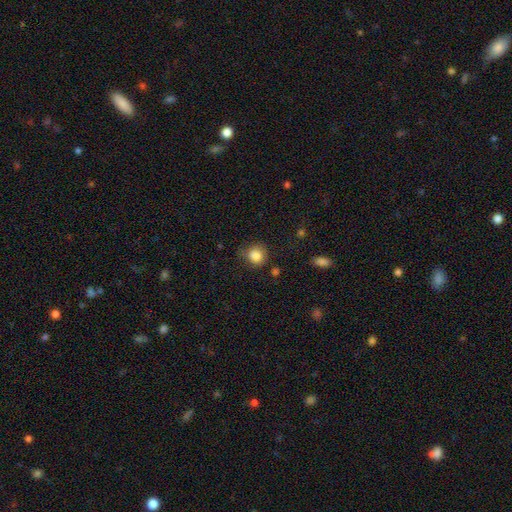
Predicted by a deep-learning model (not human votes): Smooth or featured: smooth — 85% (star or artifact — 10%)
How rounded: round — 80% (in between — 19%)
Merging: none — 66% (minor disturbance — 24%)